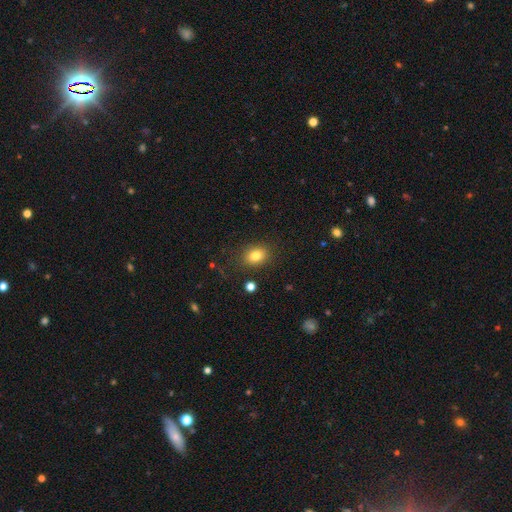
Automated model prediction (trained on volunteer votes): This appears to be a smooth galaxy with no disk features (82%) that is in between round and cigar-shaped (61%). Merging: none (84%).